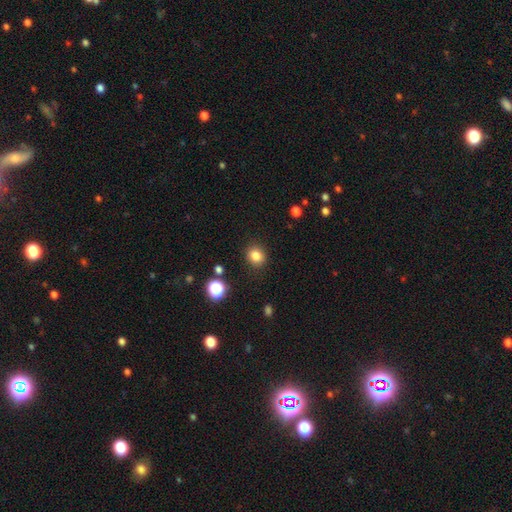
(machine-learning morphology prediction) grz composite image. It shows a smooth galaxy with no disk features (83%) that is round (76%). Merging: none (88%).